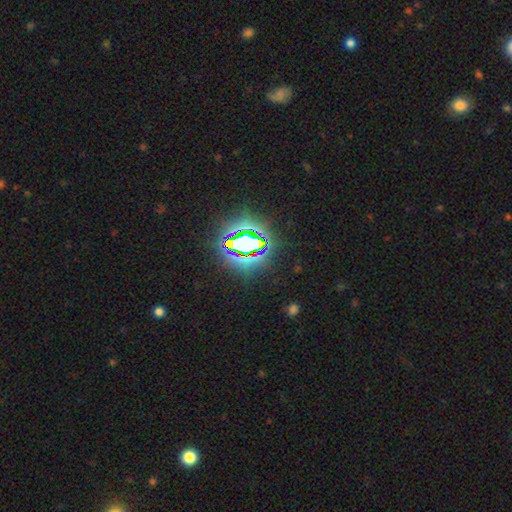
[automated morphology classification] smooth-or-featured: star or artifact: 75% | smooth: 15% | featured or disk: 10%